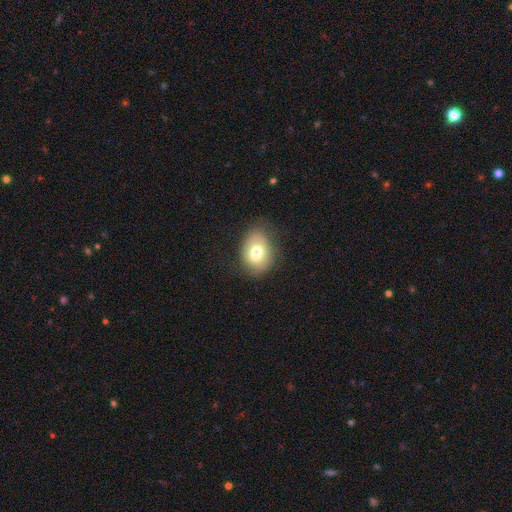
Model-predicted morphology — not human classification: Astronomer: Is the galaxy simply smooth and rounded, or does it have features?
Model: smooth — 68%.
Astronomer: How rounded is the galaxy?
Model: in between — 69%.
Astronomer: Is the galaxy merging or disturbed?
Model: none — 72%.